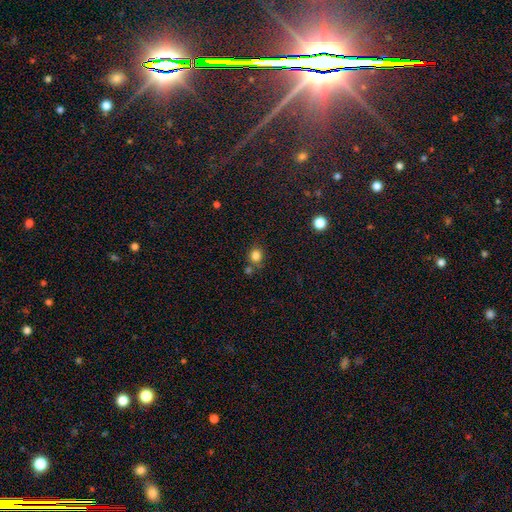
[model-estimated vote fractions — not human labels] This appears to be a smooth galaxy with no disk features (82%) that is round (80%). Merging: none (70%).